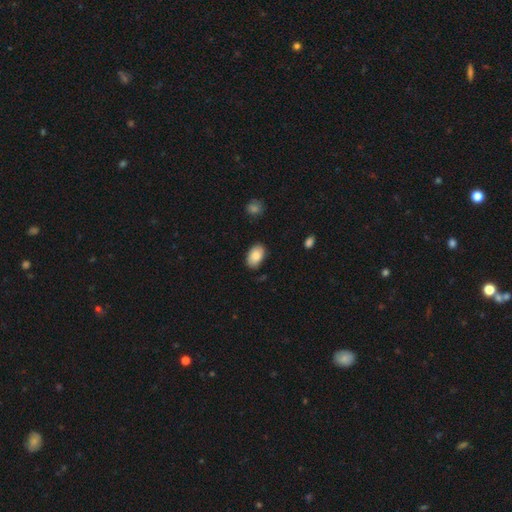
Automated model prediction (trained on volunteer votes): Q: Smooth or featured?
A: smooth (87%); runner-up: featured or disk (7%)
Q: How rounded?
A: in between (91%); runner-up: round (7%)
Q: Merging?
A: none (82%); runner-up: minor disturbance (14%)